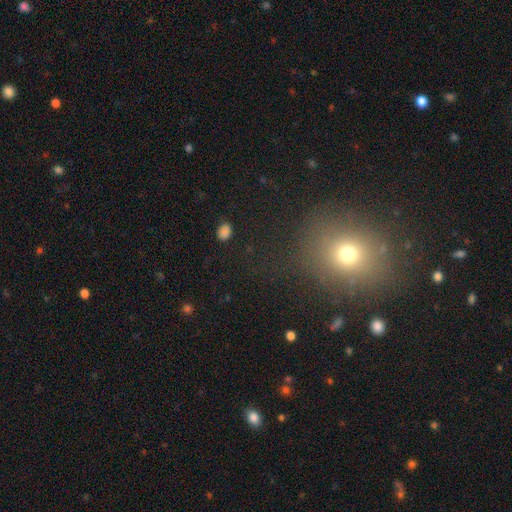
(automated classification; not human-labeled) smooth-or-featured: smooth: 58% | star or artifact: 33% | featured or disk: 9%
  how-rounded: round: 68% | in between: 31% | cigar-shaped: 1%
  merging: none: 84% | minor disturbance: 10% | major disturbance: 4% | merger: 2%